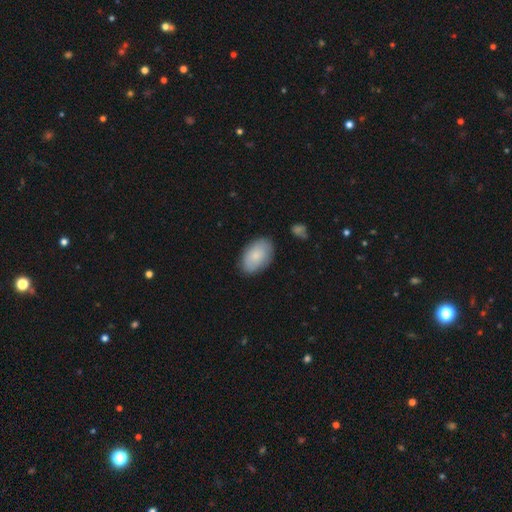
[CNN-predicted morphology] Overall: smooth (81%). How rounded: in between (92%). Merging: none (83%).